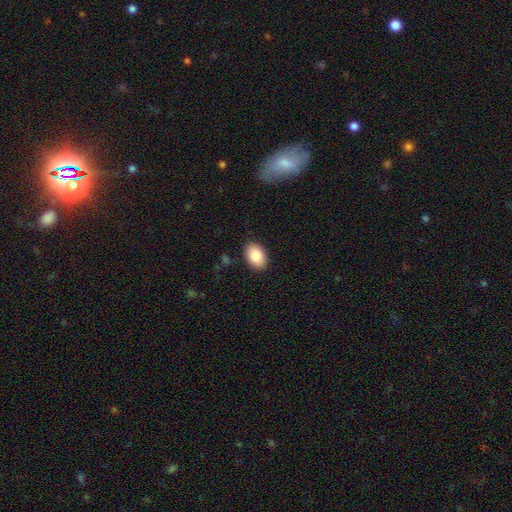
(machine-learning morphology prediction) Smooth or featured: smooth — 85% (featured or disk — 8%)
How rounded: in between — 88% (round — 11%)
Merging: none — 89% (minor disturbance — 8%)